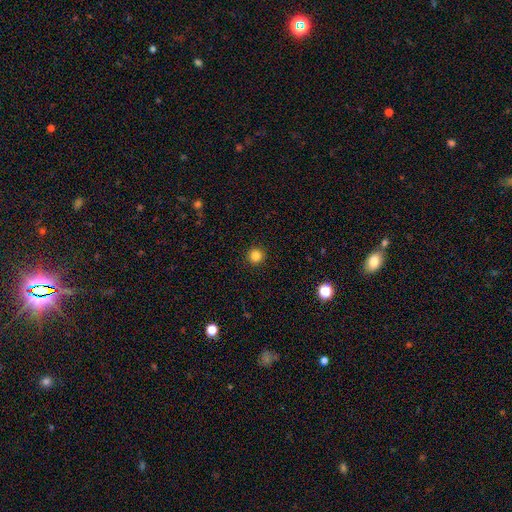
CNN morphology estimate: A smooth galaxy with no disk features (84%) that is round (96%).

Vote fractions:
- Smooth or featured? smooth: 84% / star or artifact: 12% / featured or disk: 4%
- How rounded? round: 96% / in between: 3% / cigar-shaped: 1%
- Merging? none: 93% / minor disturbance: 4% / major disturbance: 2% / merger: 1%